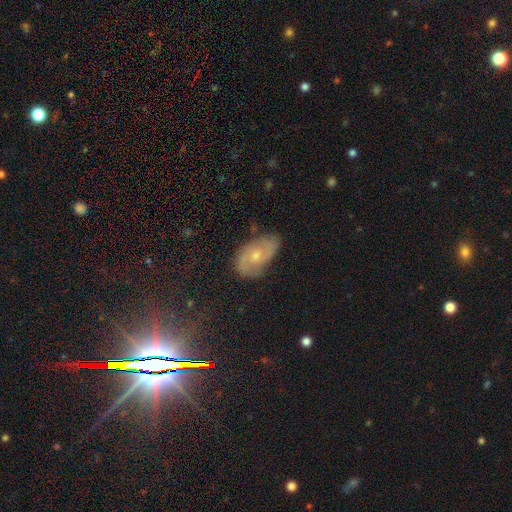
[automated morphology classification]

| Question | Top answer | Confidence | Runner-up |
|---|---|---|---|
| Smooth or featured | featured or disk | 71% | smooth (21%) |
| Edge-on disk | no | 96% | yes (4%) |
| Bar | no | 63% | weak (32%) |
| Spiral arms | yes | 92% | no (8%) |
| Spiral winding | medium | 47% | tight (32%) |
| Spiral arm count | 2 | 77% | can't tell (13%) |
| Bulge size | small | 58% | moderate (37%) |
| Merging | none | 72% | minor disturbance (21%) |